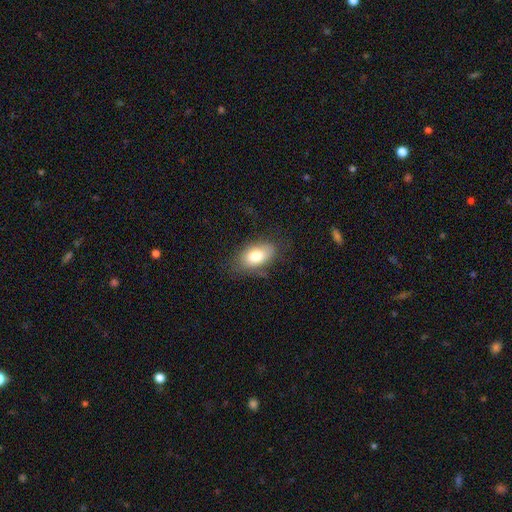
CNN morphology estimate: type=smooth (77%); roundness=in between (91%); merging=none (71%).